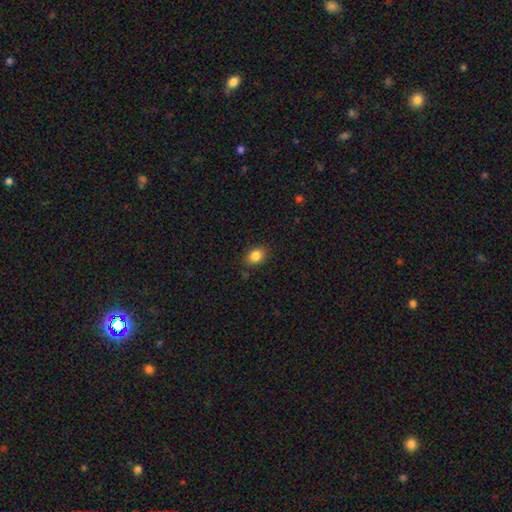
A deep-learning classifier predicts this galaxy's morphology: smooth-or-featured: smooth: 85% | star or artifact: 9% | featured or disk: 6%
  how-rounded: in between: 69% | round: 29% | cigar-shaped: 1%
  merging: none: 84% | minor disturbance: 11% | major disturbance: 3% | merger: 1%